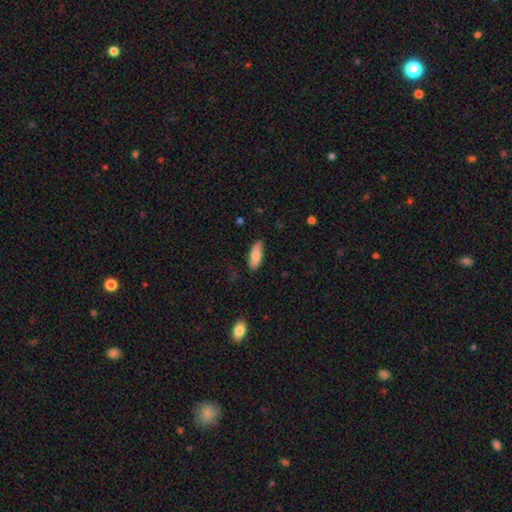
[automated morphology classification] Smooth or featured: smooth — 83% (featured or disk — 11%)
How rounded: in between — 67% (cigar-shaped — 31%)
Merging: none — 84% (minor disturbance — 12%)